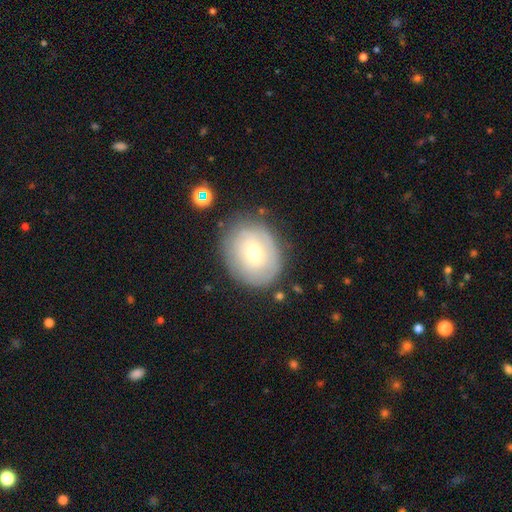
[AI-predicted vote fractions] smooth_or_featured: smooth (p=0.47) [alt: featured or disk p=0.44]
merging: none (p=0.78) [alt: minor disturbance p=0.15]